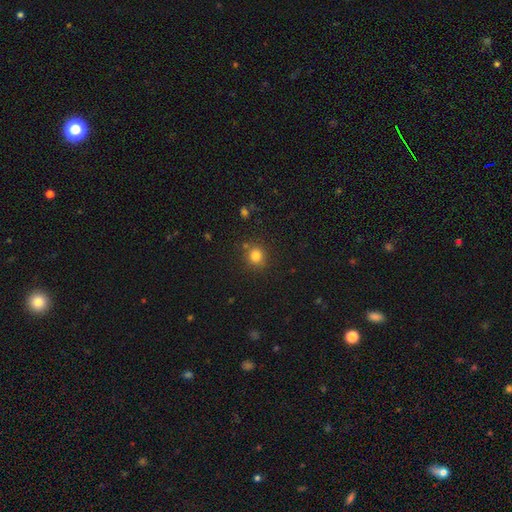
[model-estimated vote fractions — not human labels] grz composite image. It shows a smooth galaxy with no disk features (81%) that is round (89%). Merging: none (82%).